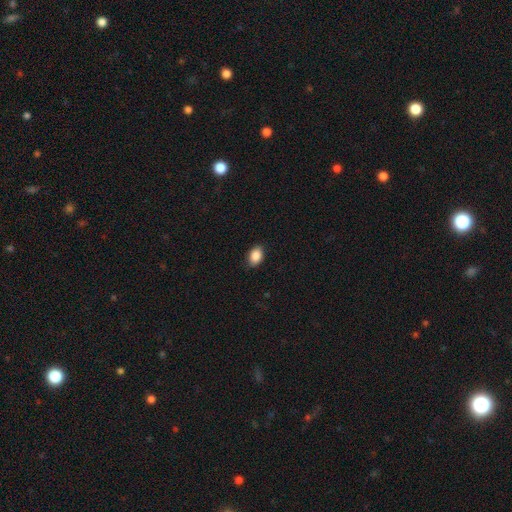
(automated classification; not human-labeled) Smooth or featured? Predicted: smooth (p=0.88). How rounded? Predicted: in between (p=0.84). Merging? Predicted: none (p=0.86).